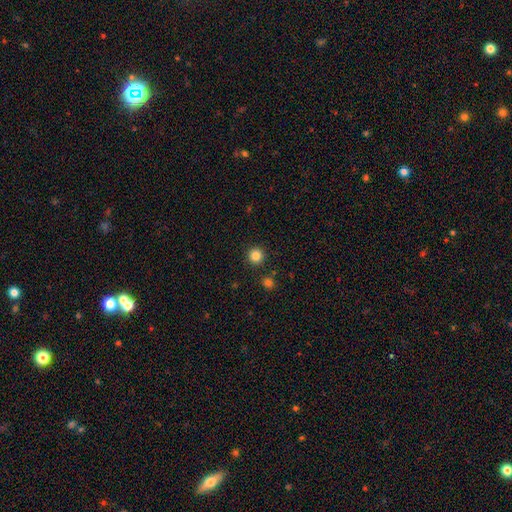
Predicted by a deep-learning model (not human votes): Smooth or featured? smooth (84%)
How rounded? round (95%)
Merging? none (91%)